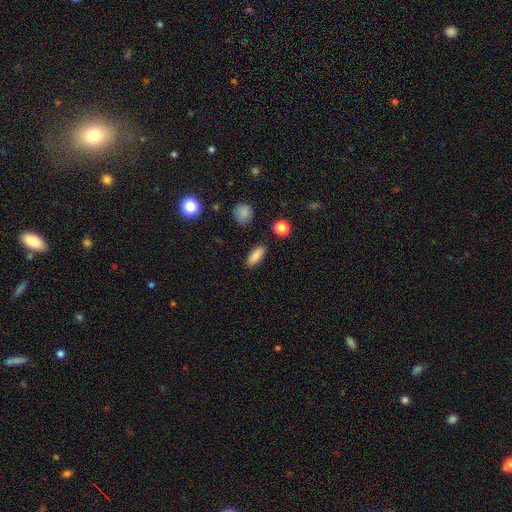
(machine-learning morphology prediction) A smooth galaxy with no disk features (85%) that is in between round and cigar-shaped (70%).

Vote fractions:
- Smooth or featured? smooth: 85% / star or artifact: 8% / featured or disk: 6%
- How rounded? in between: 70% / cigar-shaped: 26% / round: 4%
- Merging? none: 88% / minor disturbance: 8% / major disturbance: 2% / merger: 2%